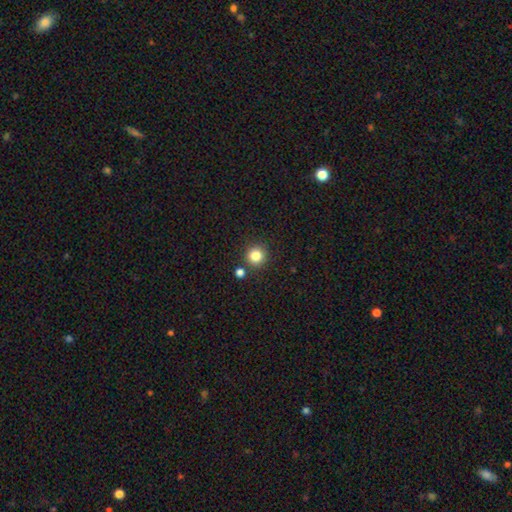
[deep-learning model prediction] This is clearly a smooth galaxy (83%). How rounded: clearly round (94%). Merging: clearly none (84%).